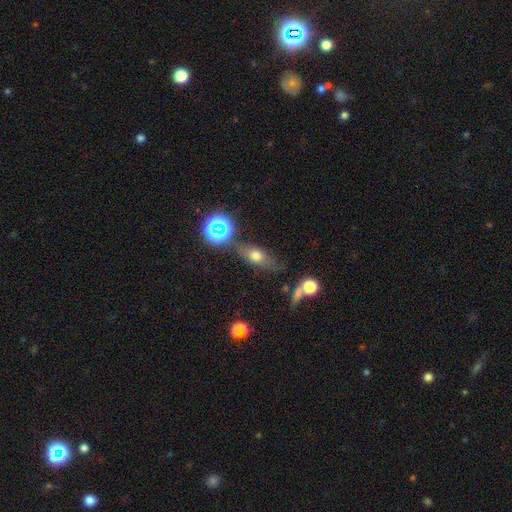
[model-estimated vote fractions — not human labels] The model was most divided on "smooth or featured": smooth: 59%, featured or disk: 25%, star or artifact: 17%. More confident: merging — none (67%); how rounded — in between (63%).